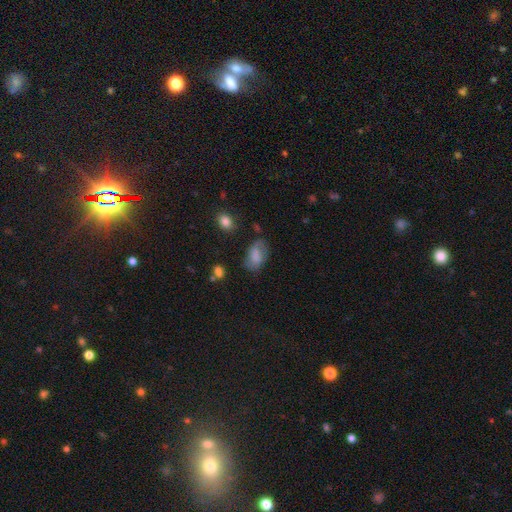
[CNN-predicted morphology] Q: Smooth or featured?
A: smooth (72%); runner-up: featured or disk (20%)
Q: How rounded?
A: in between (91%); runner-up: round (7%)
Q: Merging?
A: none (64%); runner-up: minor disturbance (23%)